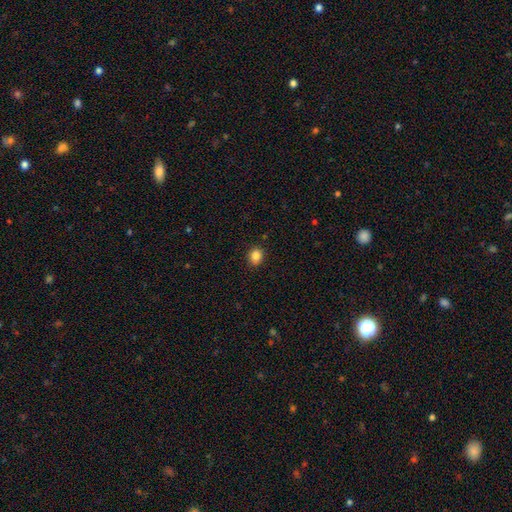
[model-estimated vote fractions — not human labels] smooth_or_featured: smooth (p=0.85) [alt: star or artifact p=0.10]
how_rounded: round (p=0.69) [alt: in between p=0.30]
merging: none (p=0.86) [alt: minor disturbance p=0.11]